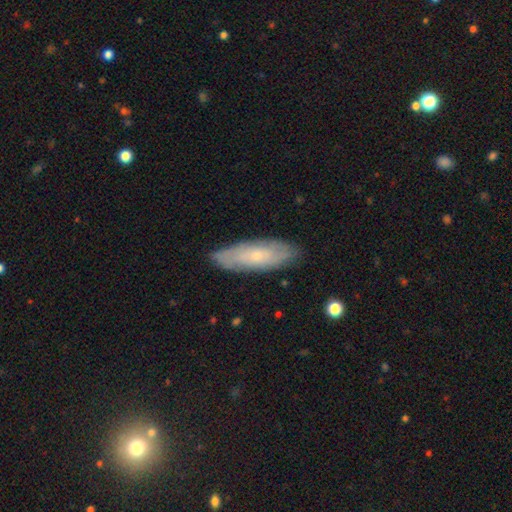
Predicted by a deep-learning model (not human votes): featured or disk 48%, smooth 45%, star or artifact 7%. Down the decision tree: merging — none (84%).